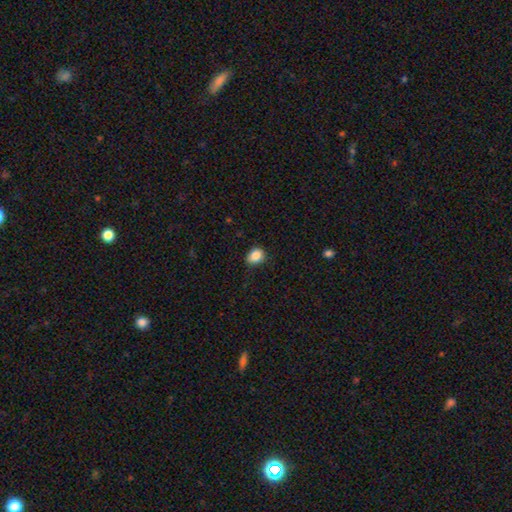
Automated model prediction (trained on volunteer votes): smooth-or-featured: smooth: 86% | star or artifact: 9% | featured or disk: 4%
  how-rounded: in between: 50% | round: 49% | cigar-shaped: 1%
  merging: none: 77% | minor disturbance: 18% | major disturbance: 3% | merger: 1%